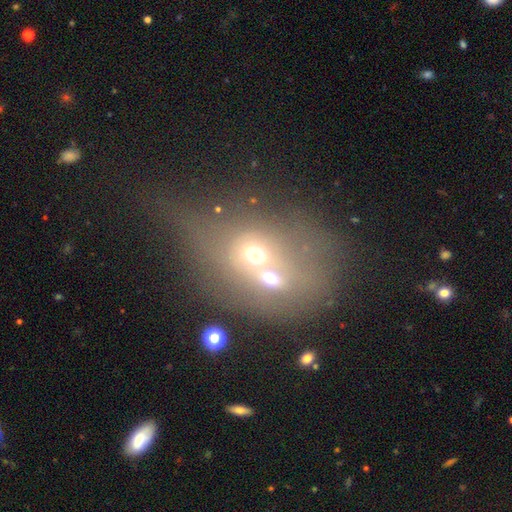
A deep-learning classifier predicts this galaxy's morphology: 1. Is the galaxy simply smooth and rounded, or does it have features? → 49% smooth, 31% featured or disk, 20% star or artifact.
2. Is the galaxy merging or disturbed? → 55% merger, 19% none, 15% major disturbance, 11% minor disturbance.